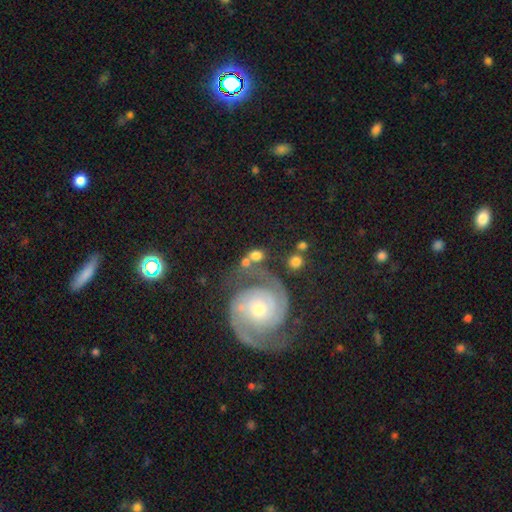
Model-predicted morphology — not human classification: smooth-or-featured: smooth: 49% | featured or disk: 40% | star or artifact: 11%
  merging: none: 48% | merger: 22% | minor disturbance: 16% | major disturbance: 13%